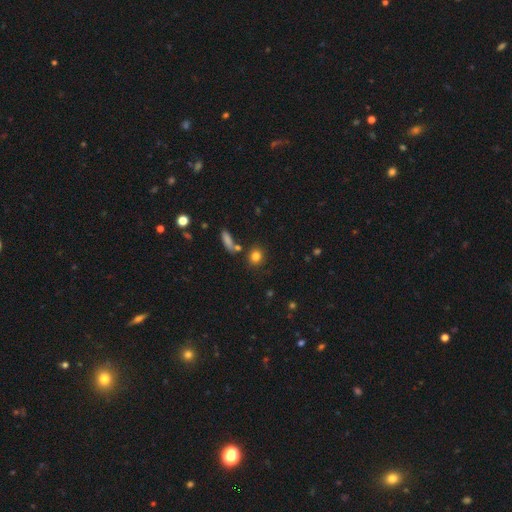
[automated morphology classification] smooth_or_featured: smooth (p=0.82) [alt: star or artifact p=0.11]
how_rounded: round (p=0.76) [alt: in between p=0.22]
merging: none (p=0.79) [alt: minor disturbance p=0.09]